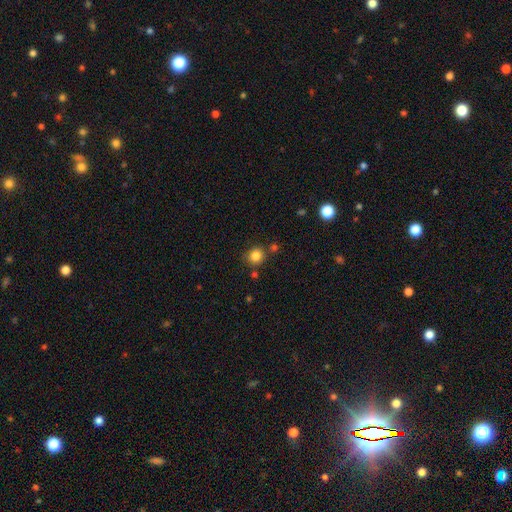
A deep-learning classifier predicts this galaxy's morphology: A smooth galaxy with no disk features (84%) that is round (87%).

Vote fractions:
- Smooth or featured? smooth: 84% / star or artifact: 11% / featured or disk: 5%
- How rounded? round: 87% / in between: 12% / cigar-shaped: 1%
- Merging? none: 78% / minor disturbance: 10% / merger: 9% / major disturbance: 3%